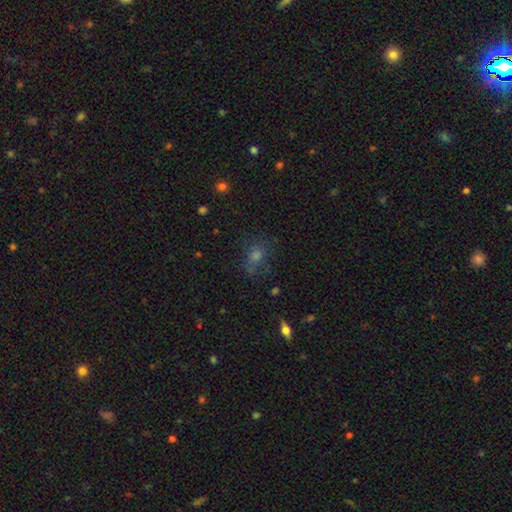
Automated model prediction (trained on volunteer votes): This appears to be a smooth galaxy with no disk features (53%) that is in between round and cigar-shaped (49%). Merging: none (63%).